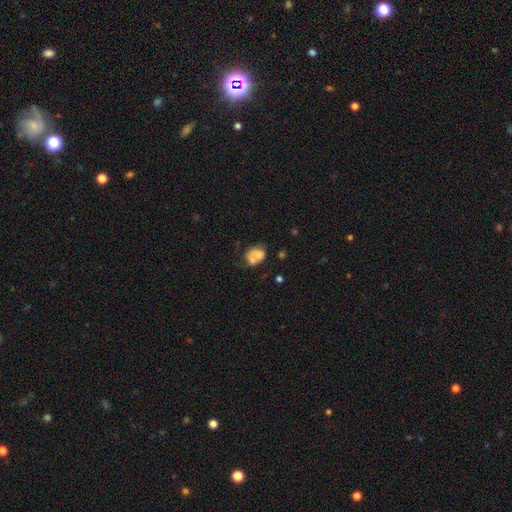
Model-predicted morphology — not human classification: A smooth galaxy with no disk features (72%) that is in between round and cigar-shaped (61%). Merging: none (39%).